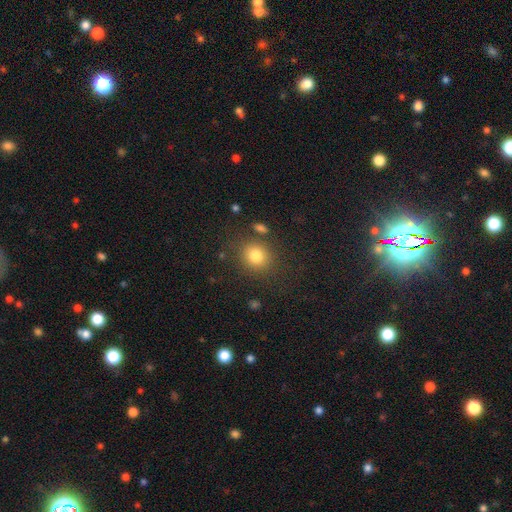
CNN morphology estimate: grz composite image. It shows a smooth galaxy with no disk features (81%) that is round (78%). Merging: none (79%).